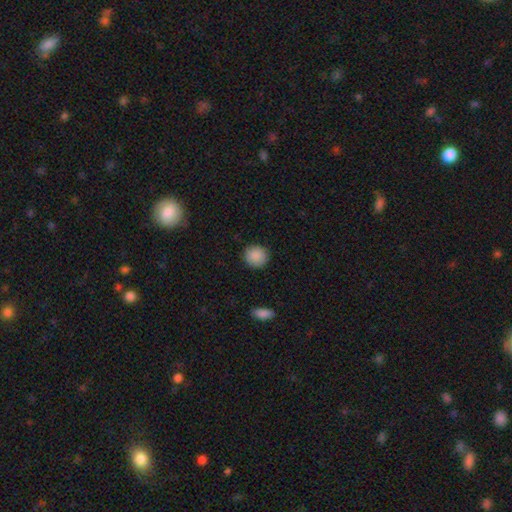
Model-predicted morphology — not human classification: Q: Smooth or featured?
A: smooth (89%); runner-up: star or artifact (8%)
Q: How rounded?
A: round (91%); runner-up: in between (8%)
Q: Merging?
A: none (90%); runner-up: minor disturbance (7%)